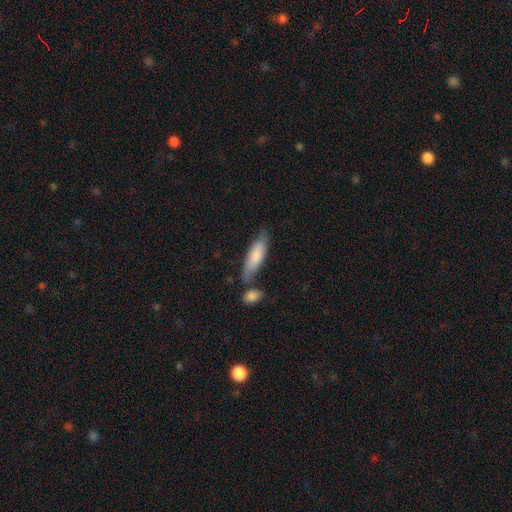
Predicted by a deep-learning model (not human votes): Overall: smooth (78%). How rounded: cigar-shaped (52%; in between 47%). Merging: none (62%).